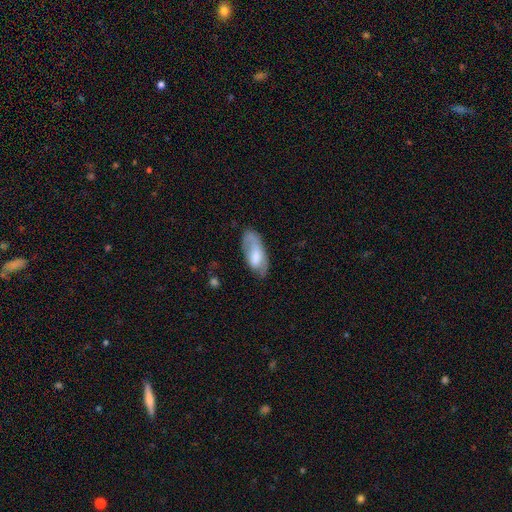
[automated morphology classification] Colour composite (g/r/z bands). It shows a smooth galaxy with no disk features (65%) that is in between round and cigar-shaped (85%). Merging: none (52%).